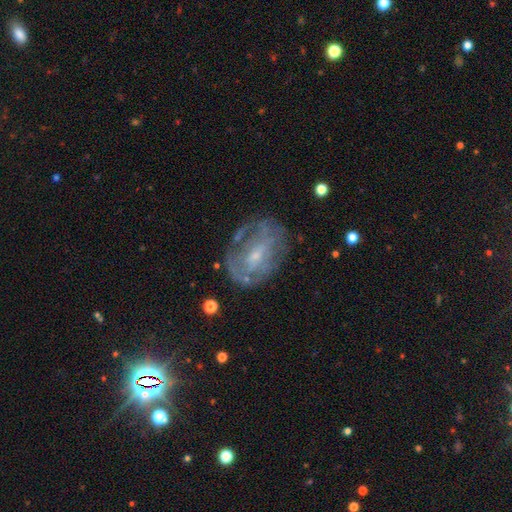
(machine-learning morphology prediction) Smooth or featured? featured or disk (66%)
Edge-on disk? no (95%)
Bar? no (47%)
Spiral arms? yes (53%)
Bulge size? small (59%)
Merging? none (60%)